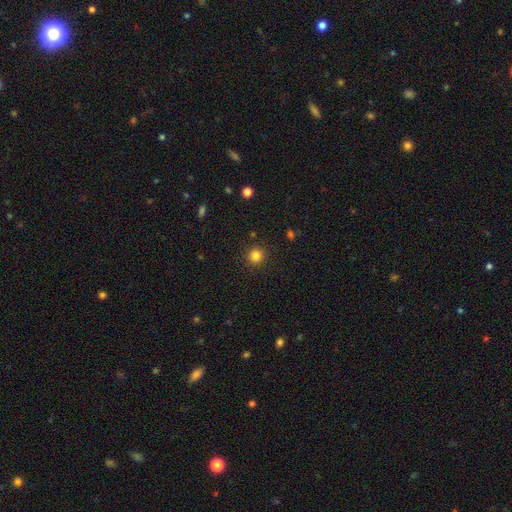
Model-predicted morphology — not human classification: The model was most divided on "smooth or featured": smooth: 83%, star or artifact: 13%, featured or disk: 4%. More confident: how rounded — round (94%); merging — none (91%).